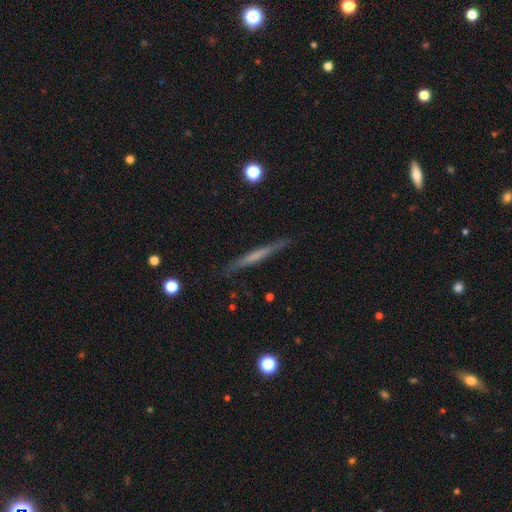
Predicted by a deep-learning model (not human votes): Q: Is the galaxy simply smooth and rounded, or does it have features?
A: smooth — 47%.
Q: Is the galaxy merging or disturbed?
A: none — 88%.